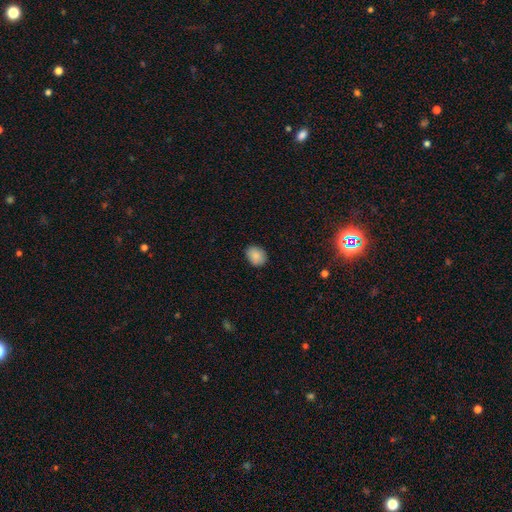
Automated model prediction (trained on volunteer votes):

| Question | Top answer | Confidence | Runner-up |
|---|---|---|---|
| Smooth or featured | smooth | 88% | star or artifact (8%) |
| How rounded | in between | 54% | round (45%) |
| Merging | none | 85% | minor disturbance (11%) |